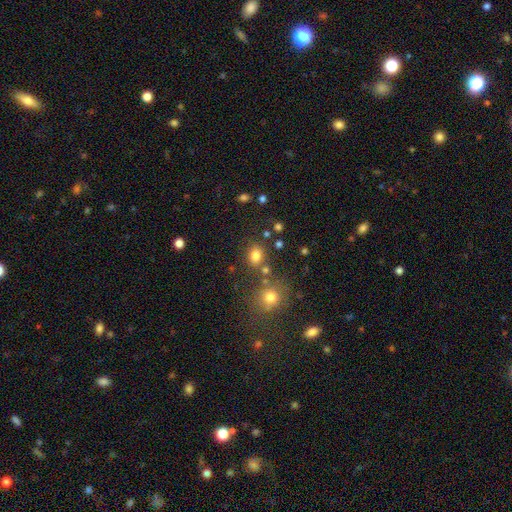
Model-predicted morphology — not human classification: A smooth galaxy with no disk features (78%) that is round (54%).

Vote fractions:
- Smooth or featured? smooth: 78% / star or artifact: 16% / featured or disk: 6%
- How rounded? round: 54% / in between: 45% / cigar-shaped: 1%
- Merging? none: 73% / minor disturbance: 12% / merger: 10% / major disturbance: 5%